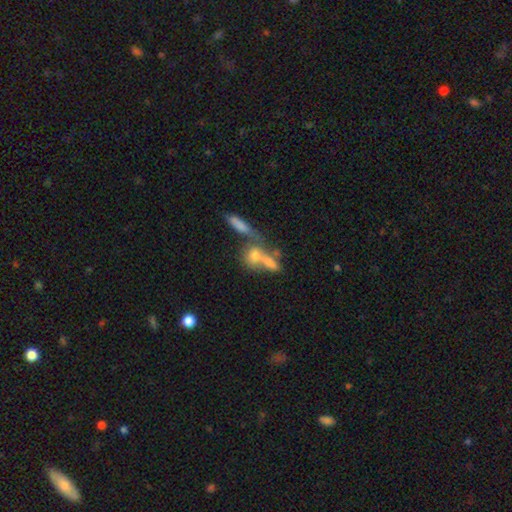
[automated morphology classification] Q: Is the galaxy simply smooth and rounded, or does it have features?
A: smooth — 65%.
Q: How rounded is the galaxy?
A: in between — 51%.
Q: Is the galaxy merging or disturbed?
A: merger — 52%.